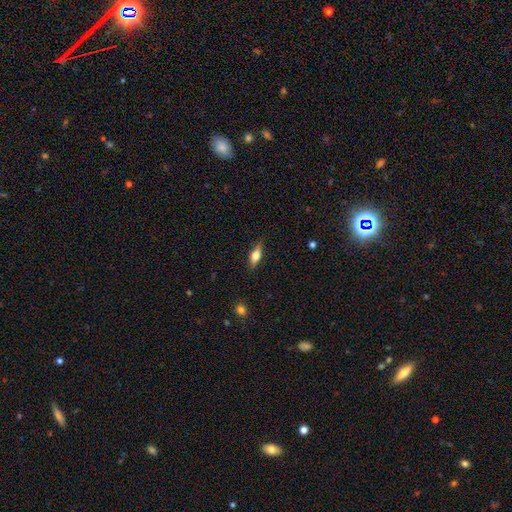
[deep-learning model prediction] Smooth or featured? Predicted: smooth (p=0.53). How rounded? Predicted: in between (p=0.58). Merging? Predicted: none (p=0.85).